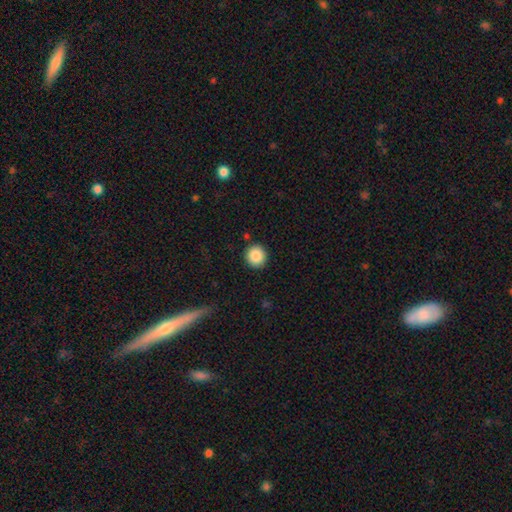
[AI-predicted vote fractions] smooth 88%, star or artifact 8%, featured or disk 4%. Down the decision tree: how rounded — round (94%); merging — none (91%).